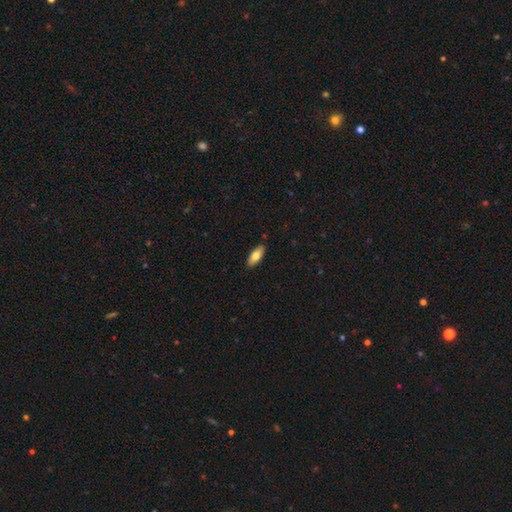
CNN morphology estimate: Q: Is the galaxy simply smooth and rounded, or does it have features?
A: smooth — 77%.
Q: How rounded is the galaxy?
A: in between — 79%.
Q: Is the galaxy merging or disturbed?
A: none — 88%.